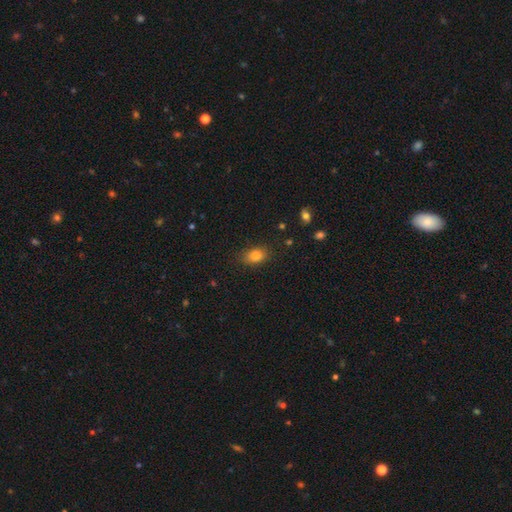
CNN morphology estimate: Smooth or featured? smooth (83%)
How rounded? in between (79%)
Merging? none (83%)